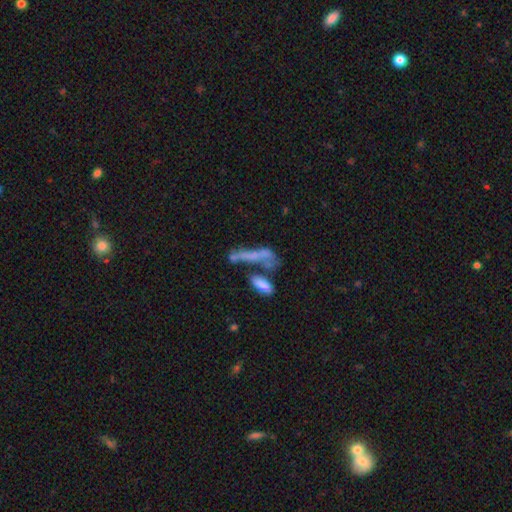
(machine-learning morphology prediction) Q: Smooth or featured?
A: smooth (48%); runner-up: featured or disk (36%)
Q: Merging?
A: merger (46%); runner-up: none (26%)